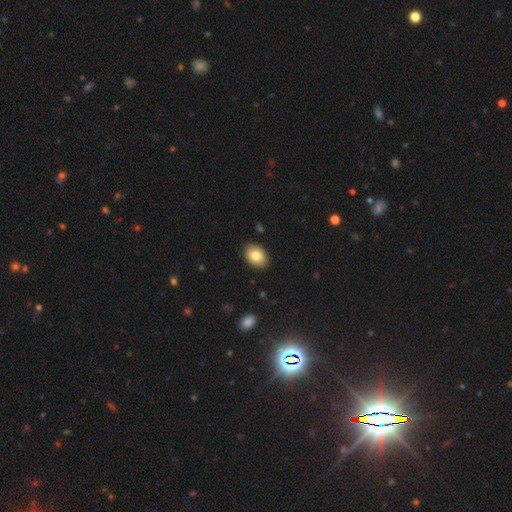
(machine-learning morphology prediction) Overall: smooth (83%). How rounded: in between (80%). Merging: none (89%).